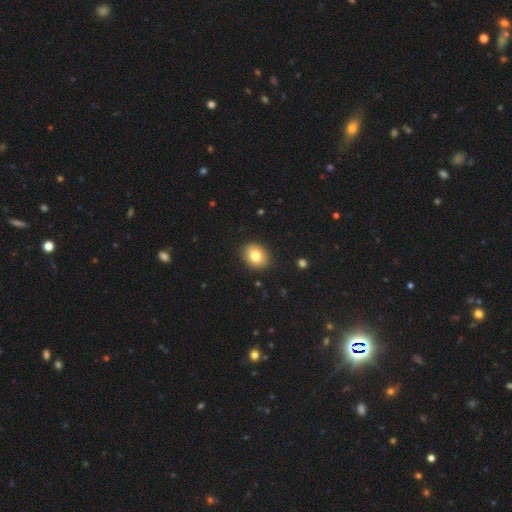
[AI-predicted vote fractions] The model was most divided on "how rounded": round: 57%, in between: 42%, cigar-shaped: 1%. More confident: merging — none (90%); smooth or featured — smooth (81%).